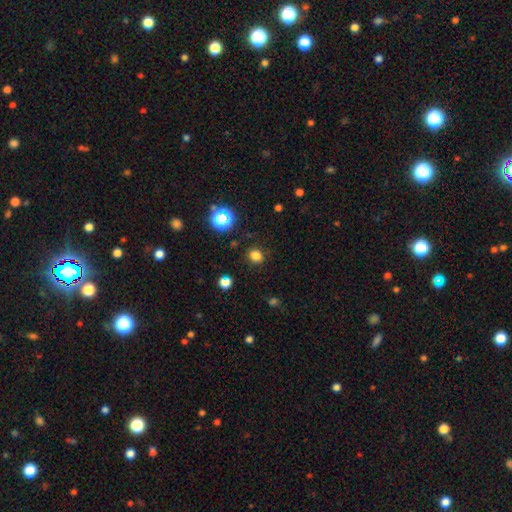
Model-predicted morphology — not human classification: Smooth or featured?
  - smooth: 80% *
  - star or artifact: 16%
  - featured or disk: 4%
How rounded?
  - round: 82% *
  - in between: 17%
  - cigar-shaped: 1%
Merging?
  - none: 89% *
  - minor disturbance: 7%
  - major disturbance: 3%
  - merger: 2%